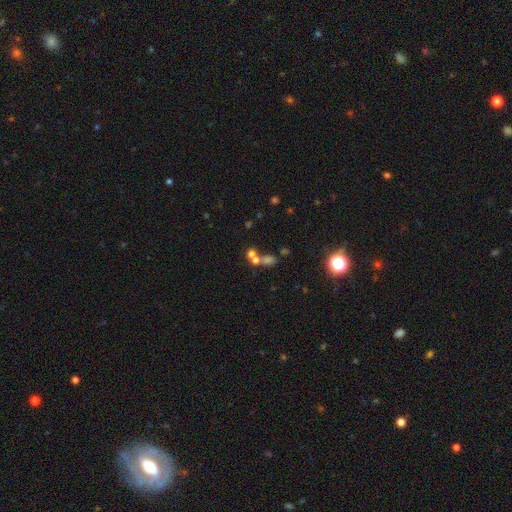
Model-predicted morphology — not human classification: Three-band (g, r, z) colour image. It shows a star or artifact, not a galaxy (41%).